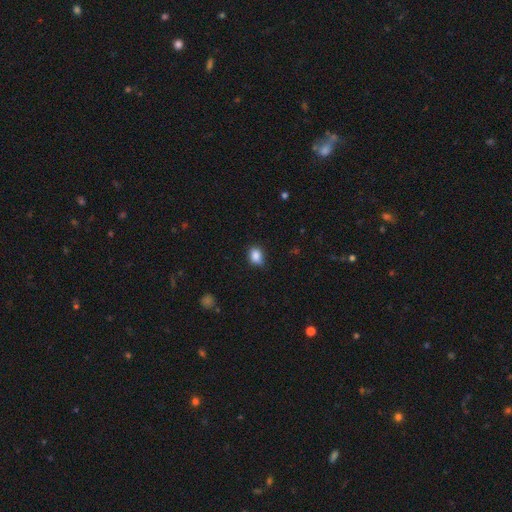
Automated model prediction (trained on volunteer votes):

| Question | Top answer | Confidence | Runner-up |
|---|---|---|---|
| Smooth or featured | smooth | 86% | star or artifact (9%) |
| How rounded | in between | 60% | round (39%) |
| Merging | none | 71% | minor disturbance (24%) |